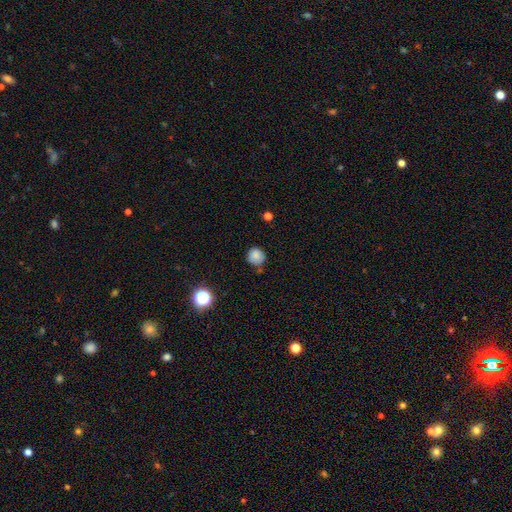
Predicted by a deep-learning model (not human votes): This is clearly a smooth galaxy (82%). How rounded: clearly round (91%). Merging: likely none (78%).